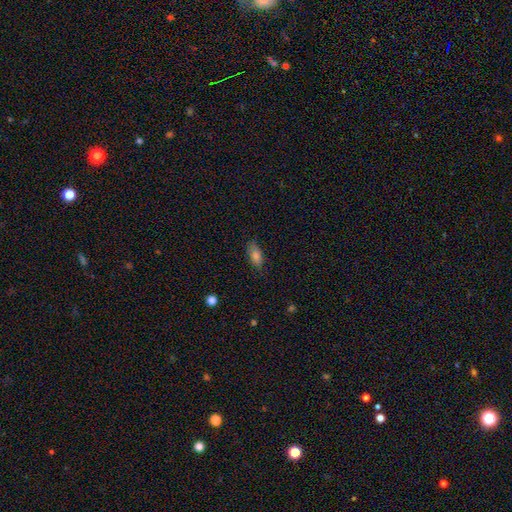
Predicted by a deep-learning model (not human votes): Overall: smooth (80%). How rounded: in between (87%). Merging: none (77%).